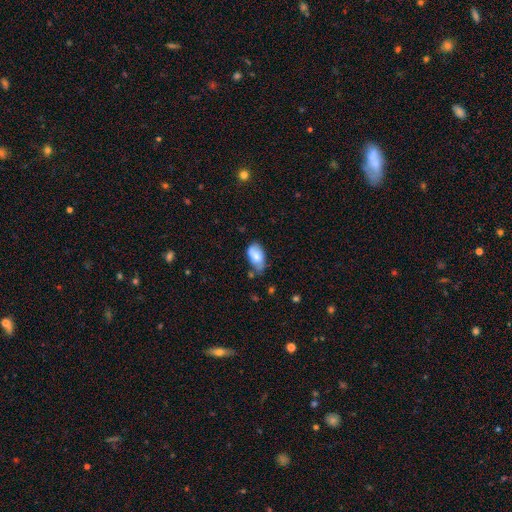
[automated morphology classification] This appears to be a smooth galaxy with no disk features (72%) that is in between round and cigar-shaped (93%). Merging: none (46%).